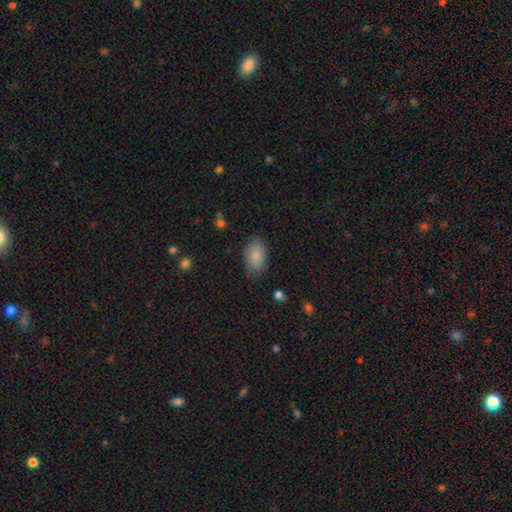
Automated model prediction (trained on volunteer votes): smooth 84%, featured or disk 8%, star or artifact 7%. Down the decision tree: how rounded — in between (90%); merging — none (75%).